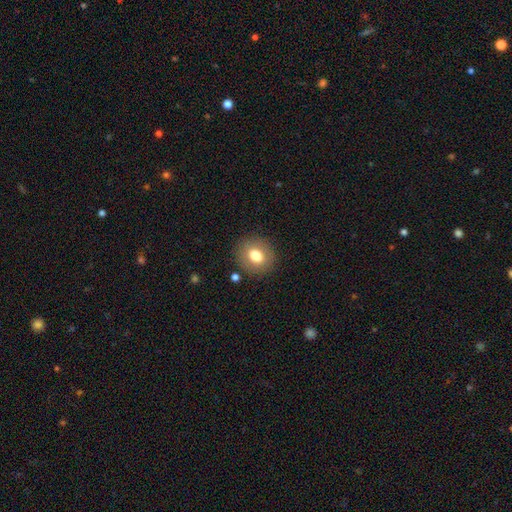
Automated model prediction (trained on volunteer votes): Overall: smooth (77%). How rounded: round (68%; in between 31%). Merging: none (86%).